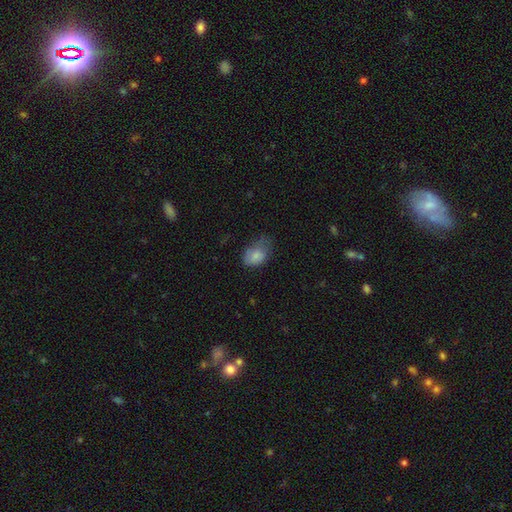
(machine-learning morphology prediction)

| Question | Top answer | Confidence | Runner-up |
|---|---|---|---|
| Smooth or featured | smooth | 80% | featured or disk (12%) |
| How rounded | in between | 83% | round (16%) |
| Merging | minor disturbance | 41% | none (34%) |